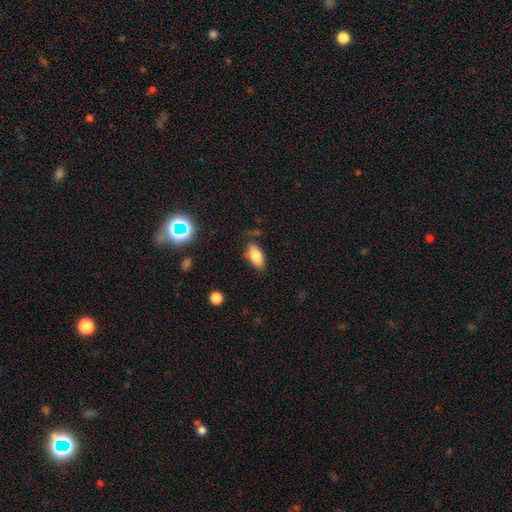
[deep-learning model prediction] This is likely a smooth galaxy (79%). How rounded: clearly in between (87%). Merging: likely none (74%).